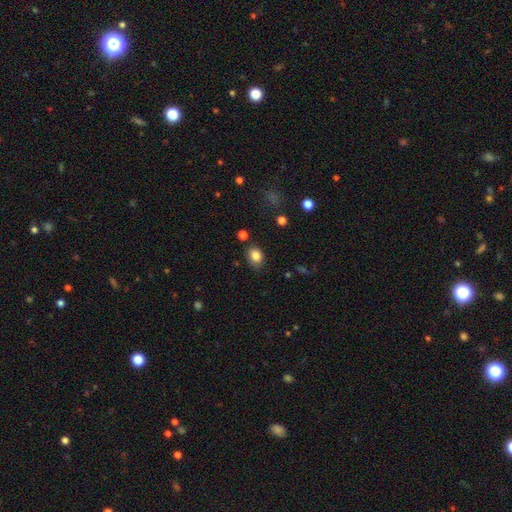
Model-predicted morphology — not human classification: This is clearly a smooth galaxy (84%). How rounded: likely in between (65%). Merging: likely none (77%).